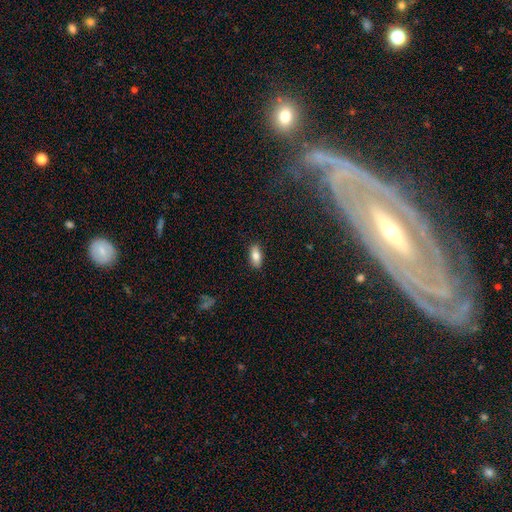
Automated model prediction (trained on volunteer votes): Smooth or featured: smooth — 80% (featured or disk — 13%)
How rounded: in between — 84% (cigar-shaped — 13%)
Merging: none — 88% (minor disturbance — 9%)